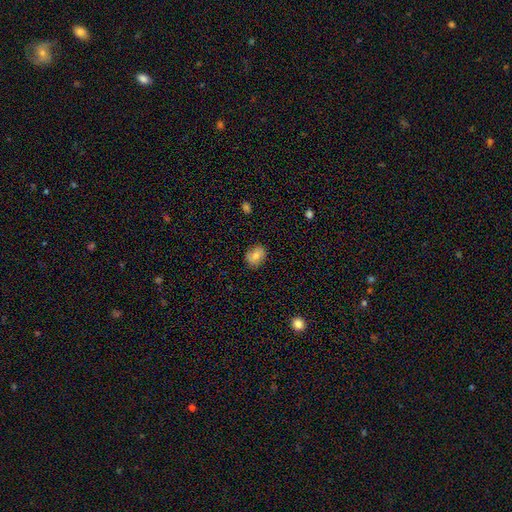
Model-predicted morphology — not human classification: Smooth or featured?
  - smooth: 76% *
  - featured or disk: 15%
  - star or artifact: 9%
How rounded?
  - in between: 54% *
  - round: 45%
  - cigar-shaped: 1%
Merging?
  - none: 79% *
  - minor disturbance: 16%
  - major disturbance: 3%
  - merger: 1%